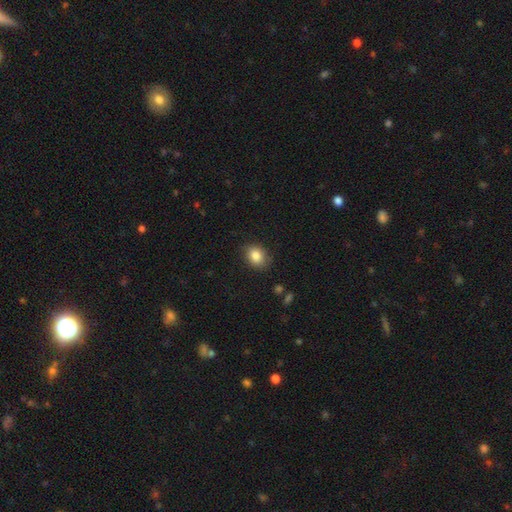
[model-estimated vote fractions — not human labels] Overall: smooth (84%). How rounded: in between (51%; round 48%). Merging: none (83%).